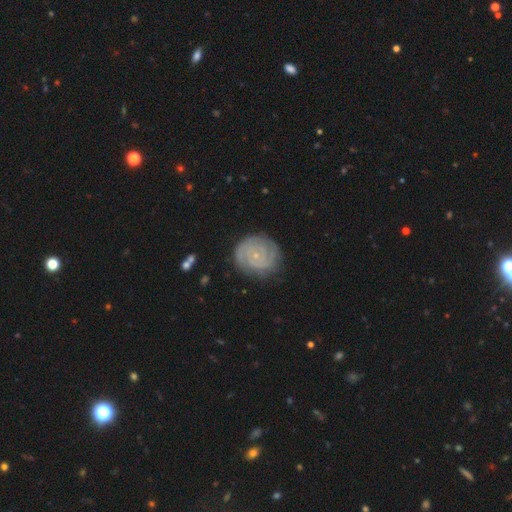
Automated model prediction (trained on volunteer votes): Q: Smooth or featured?
A: featured or disk (82%); runner-up: smooth (12%)
Q: Edge-on disk?
A: no (98%); runner-up: yes (2%)
Q: Bar?
A: no (72%); runner-up: weak (24%)
Q: Spiral arms?
A: yes (95%); runner-up: no (5%)
Q: Spiral winding?
A: tight (75%); runner-up: medium (21%)
Q: Spiral arm count?
A: 2 (42%); runner-up: can't tell (22%)
Q: Bulge size?
A: small (85%); runner-up: moderate (10%)
Q: Merging?
A: none (81%); runner-up: minor disturbance (13%)